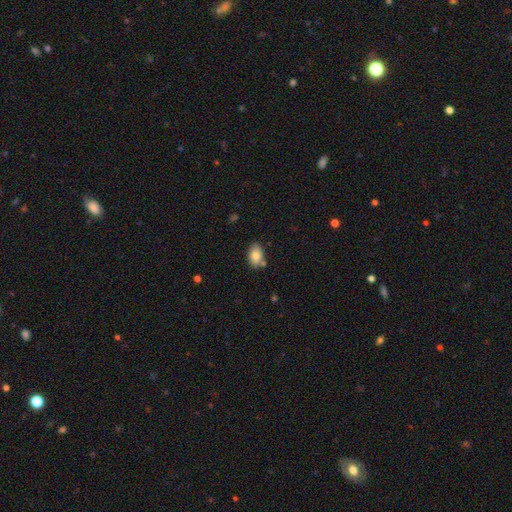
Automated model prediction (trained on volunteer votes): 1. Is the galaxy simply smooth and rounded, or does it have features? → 80% smooth, 12% featured or disk, 8% star or artifact.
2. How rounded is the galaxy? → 87% in between, 11% round, 1% cigar-shaped.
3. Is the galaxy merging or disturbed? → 74% none, 15% minor disturbance, 8% merger, 3% major disturbance.